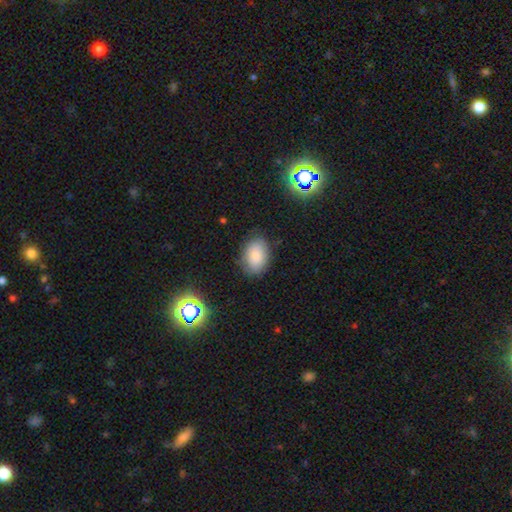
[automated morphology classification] Overall: smooth (80%). How rounded: in between (83%). Merging: none (80%).